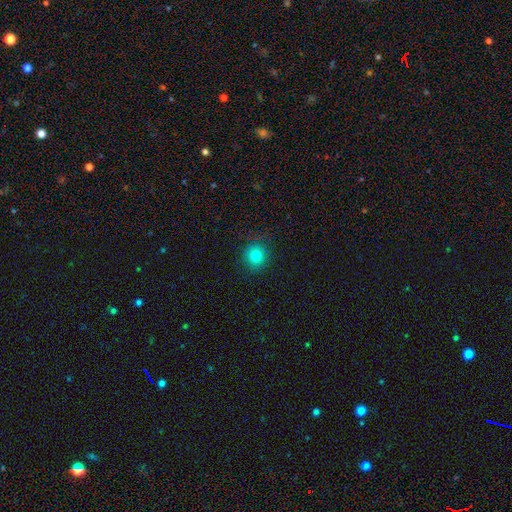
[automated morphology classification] Q: Smooth or featured?
A: smooth (80%); runner-up: star or artifact (13%)
Q: How rounded?
A: round (90%); runner-up: in between (10%)
Q: Merging?
A: none (88%); runner-up: minor disturbance (8%)